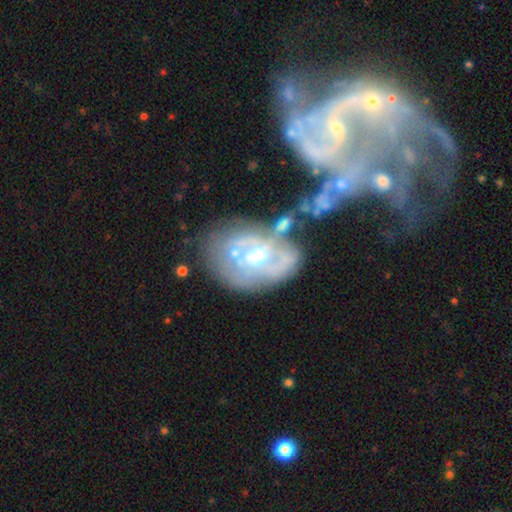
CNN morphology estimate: Smooth or featured?
  - featured or disk: 76% *
  - smooth: 15%
  - star or artifact: 9%
Edge-on disk?
  - no: 96% *
  - yes: 4%
Bar?
  - no: 55% *
  - weak: 32%
  - strong: 14%
Spiral arms?
  - yes: 73% *
  - no: 27%
Spiral winding?
  - tight: 47% *
  - medium: 35%
  - loose: 18%
Spiral arm count?
  - can't tell: 39% *
  - 2: 36%
  - 3: 10%
  - 1: 7%
  - 4: 4%
  - more than 4: 4%
Bulge size?
  - moderate: 52% *
  - small: 40%
  - large: 4%
  - none: 2%
  - dominant: 1%
Merging?
  - merger: 34% *
  - none: 30%
  - major disturbance: 18%
  - minor disturbance: 17%